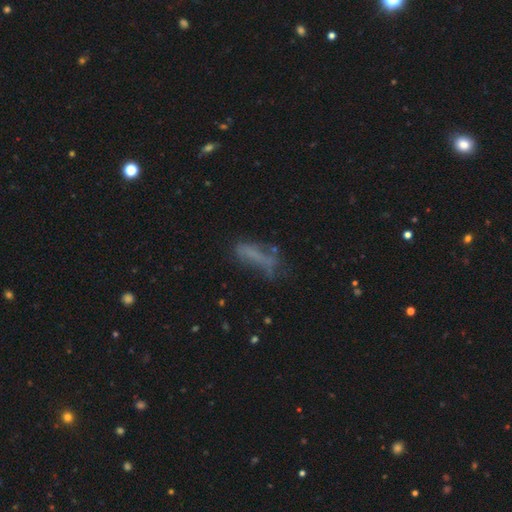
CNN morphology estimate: type=smooth (55%); roundness=cigar-shaped (60%); merging=none (43%).